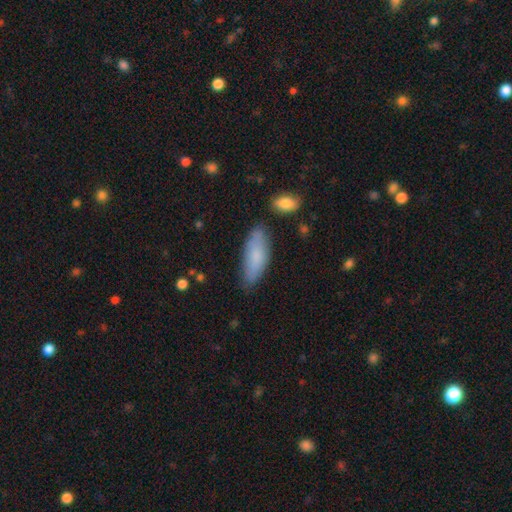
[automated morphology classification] smooth 79%, featured or disk 14%, star or artifact 6%. Down the decision tree: how rounded — in between (67%); merging — none (74%).